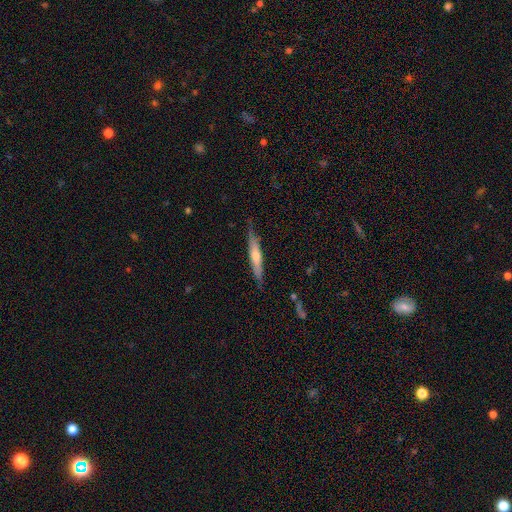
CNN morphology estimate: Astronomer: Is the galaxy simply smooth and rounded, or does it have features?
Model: featured or disk — 52% (runner-up: smooth, 42%).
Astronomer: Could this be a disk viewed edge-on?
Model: yes — 90%.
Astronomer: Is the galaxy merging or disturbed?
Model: none — 78%.